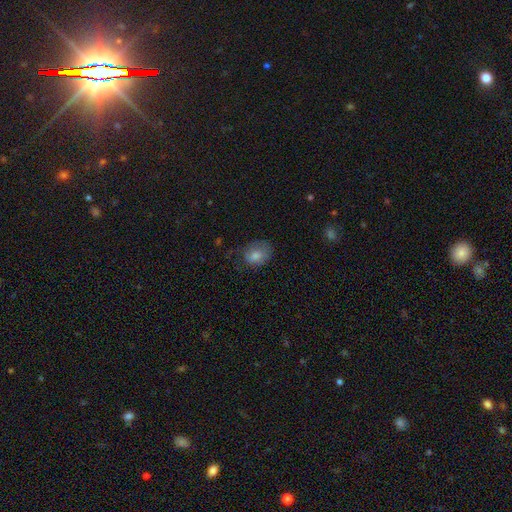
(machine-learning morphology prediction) Overall: smooth (76%). How rounded: in between (66%; round 33%). Merging: none (49%; minor disturbance 30%).